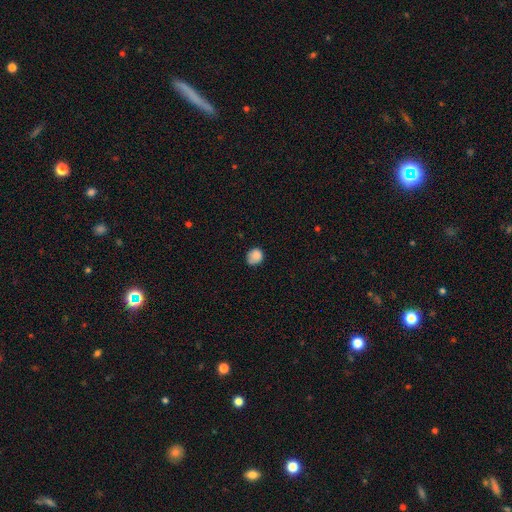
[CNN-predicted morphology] Smooth or featured: smooth — 85% (star or artifact — 9%)
How rounded: round — 80% (in between — 19%)
Merging: none — 69% (minor disturbance — 24%)